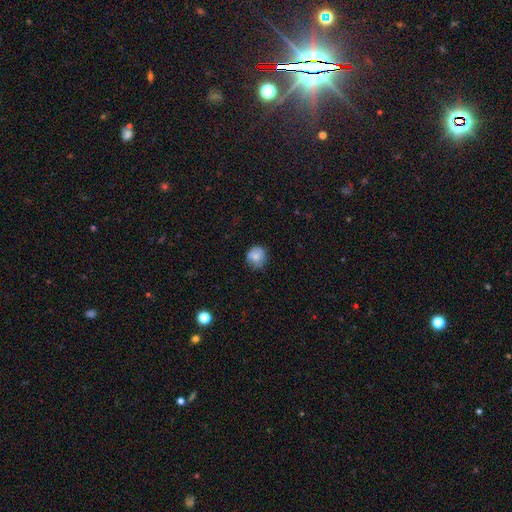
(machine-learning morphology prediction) Smooth or featured?
  - smooth: 76% *
  - featured or disk: 15%
  - star or artifact: 9%
How rounded?
  - round: 82% *
  - in between: 17%
  - cigar-shaped: 1%
Merging?
  - none: 68% *
  - minor disturbance: 24%
  - major disturbance: 6%
  - merger: 2%